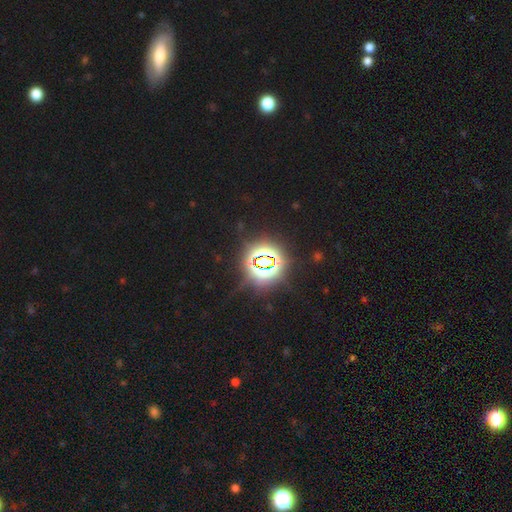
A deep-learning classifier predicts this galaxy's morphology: type=star or artifact (84%).